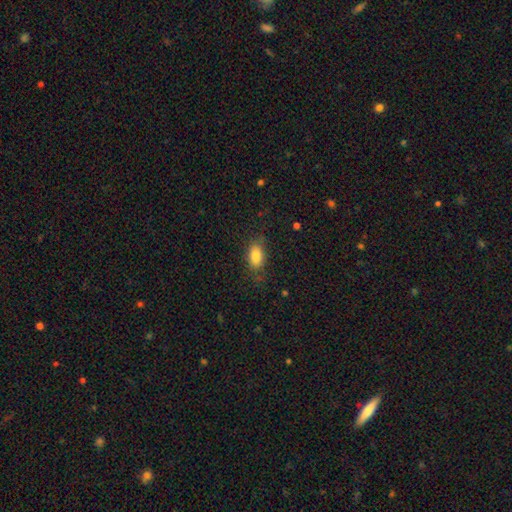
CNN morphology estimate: Overall: smooth (82%). How rounded: in between (89%). Merging: none (74%).